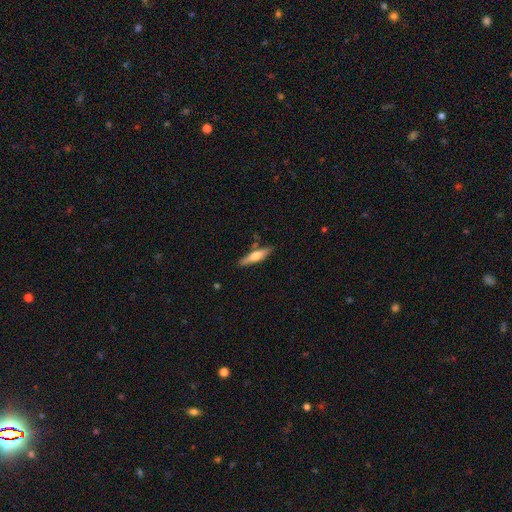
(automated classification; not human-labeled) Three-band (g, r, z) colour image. It shows a smooth galaxy with no disk features (52%) that is cigar-shaped (78%). Merging: none (80%).